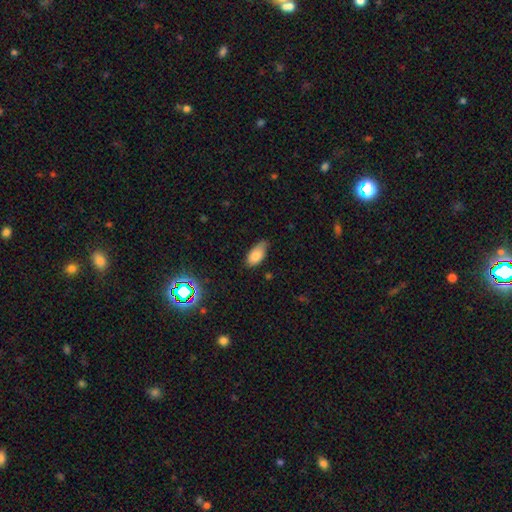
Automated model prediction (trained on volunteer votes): Smooth or featured?
  - smooth: 83% *
  - star or artifact: 9%
  - featured or disk: 9%
How rounded?
  - in between: 91% *
  - cigar-shaped: 5%
  - round: 4%
Merging?
  - none: 55% *
  - minor disturbance: 37%
  - major disturbance: 6%
  - merger: 2%